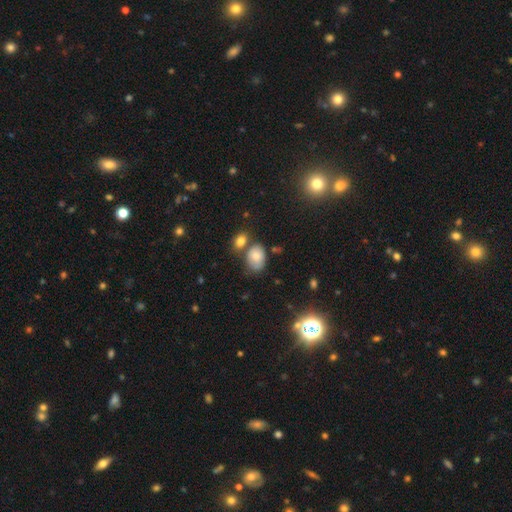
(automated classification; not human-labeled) The model was most divided on "merging": none: 60%, minor disturbance: 19%, merger: 15%, major disturbance: 6%. More confident: how rounded — in between (79%); smooth or featured — smooth (71%).